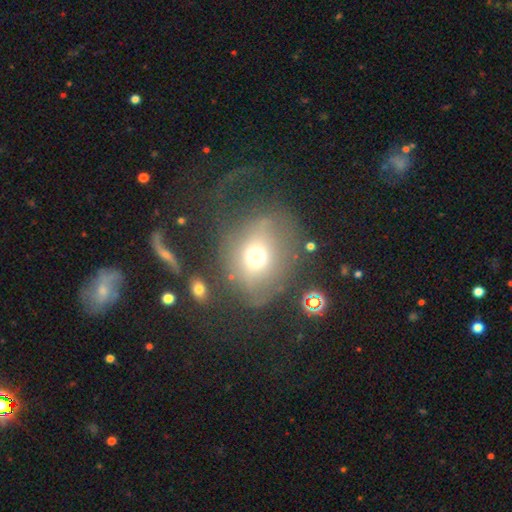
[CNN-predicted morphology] type=smooth (59%); roundness=round (68%); merging=none (54%).